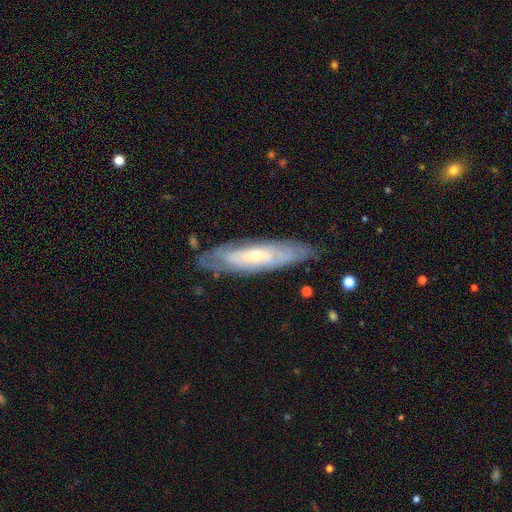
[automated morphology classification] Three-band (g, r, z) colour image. It shows a featured or disk galaxy (70%). Merging: none (78%).